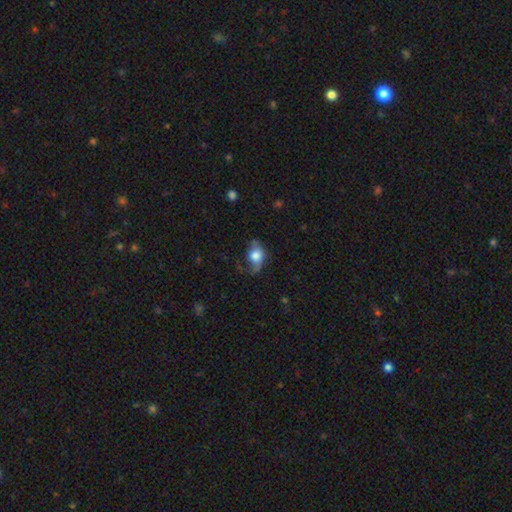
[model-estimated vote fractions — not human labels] smooth-or-featured: smooth: 62% | featured or disk: 29% | star or artifact: 8%
  how-rounded: in between: 73% | round: 25% | cigar-shaped: 2%
  merging: none: 36% | major disturbance: 31% | minor disturbance: 30% | merger: 3%